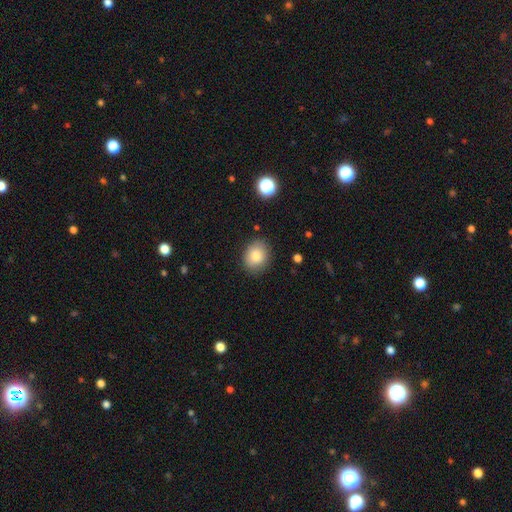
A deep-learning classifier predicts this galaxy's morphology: smooth 83%, star or artifact 9%, featured or disk 8%. Down the decision tree: how rounded — round (56%); merging — none (84%).